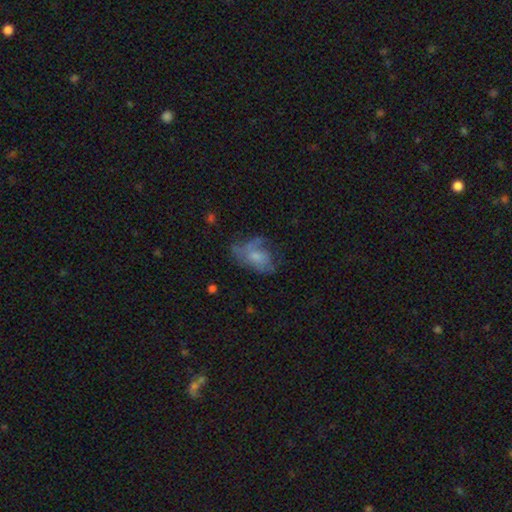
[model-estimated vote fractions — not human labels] smooth 45% (tied), featured or disk 45% (tied), star or artifact 10%. Down the decision tree: merging — none (36%).